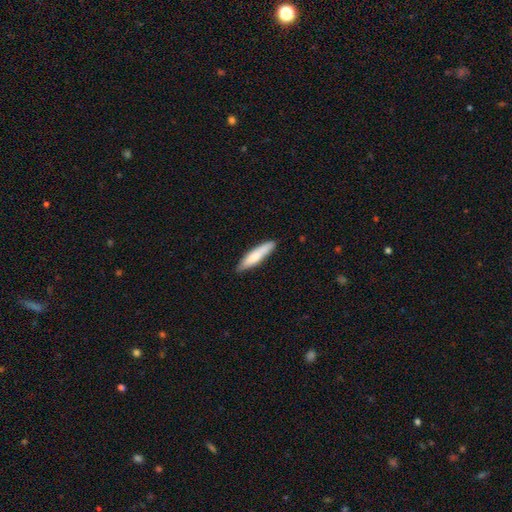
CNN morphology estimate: Overall: smooth (77%). How rounded: cigar-shaped (82%). Merging: none (82%).